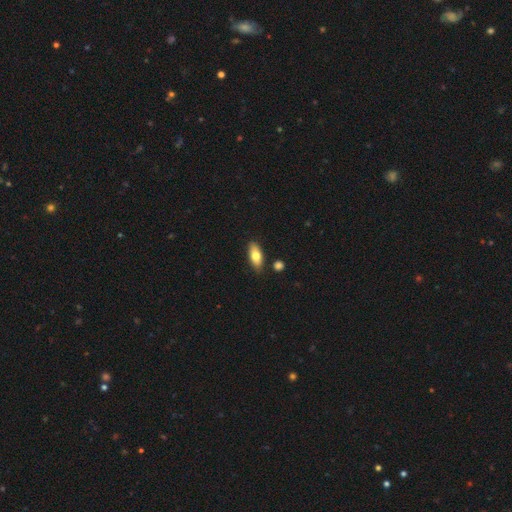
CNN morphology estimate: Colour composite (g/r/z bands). It shows a smooth galaxy with no disk features (74%) that is in between round and cigar-shaped (82%). Merging: none (85%).